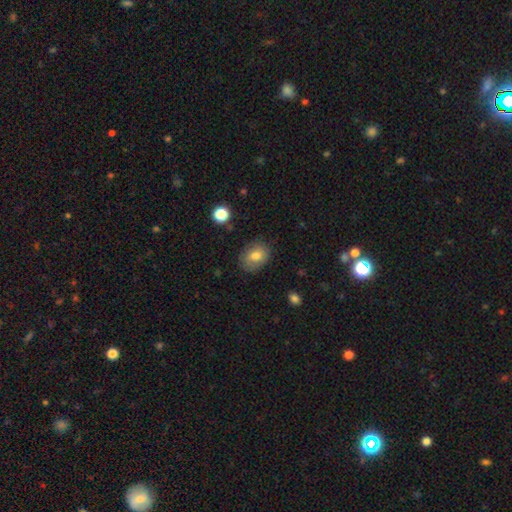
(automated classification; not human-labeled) This appears to be a smooth galaxy with no disk features (78%) that is in between round and cigar-shaped (62%). Merging: none (80%).